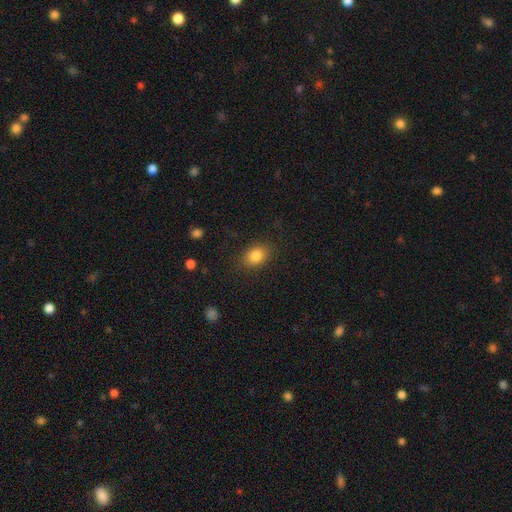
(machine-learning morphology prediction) A smooth galaxy with no disk features (84%) that is in between round and cigar-shaped (71%). Merging: none (84%).